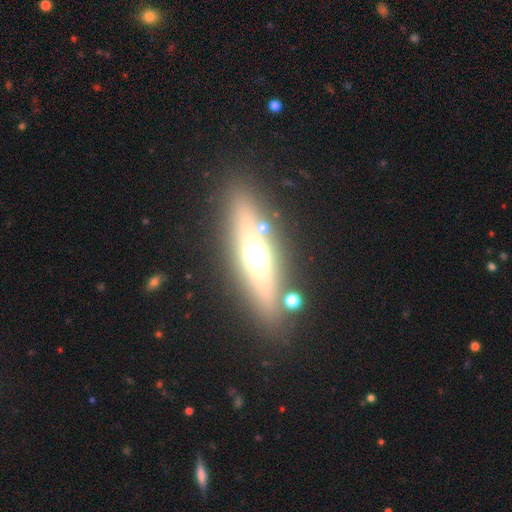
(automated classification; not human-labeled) This appears to be a featured or disk galaxy (50%) viewed edge-on (82%). Merging: none (84%).